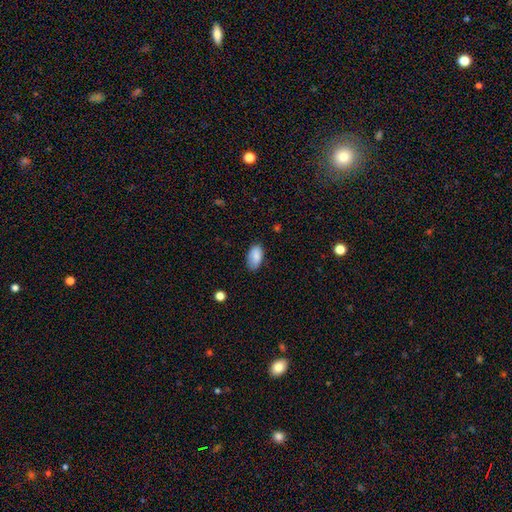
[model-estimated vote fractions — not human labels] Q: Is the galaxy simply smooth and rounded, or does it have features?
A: smooth — 85%.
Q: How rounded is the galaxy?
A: in between — 94%.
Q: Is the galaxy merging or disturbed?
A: none — 73%.